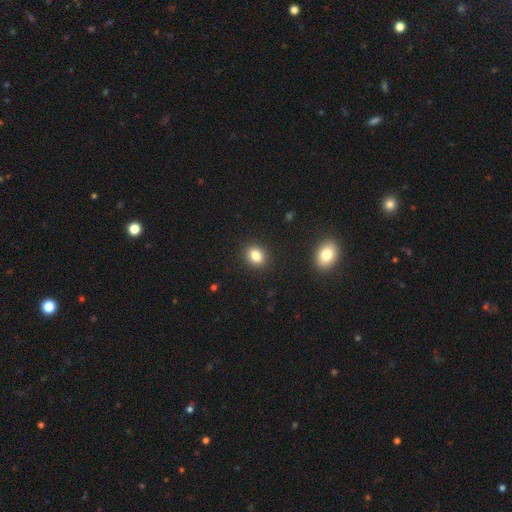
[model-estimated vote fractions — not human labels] smooth 83%, star or artifact 11%, featured or disk 6%. Down the decision tree: how rounded — round (50%); merging — none (90%).